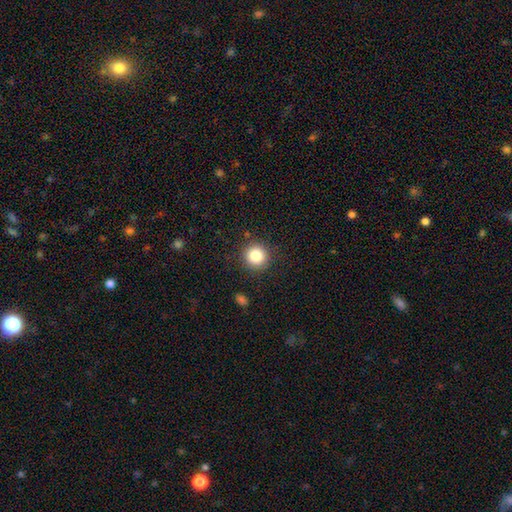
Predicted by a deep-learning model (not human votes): Smooth or featured?
  - smooth: 84% *
  - star or artifact: 10%
  - featured or disk: 6%
How rounded?
  - round: 94% *
  - in between: 5%
  - cigar-shaped: 1%
Merging?
  - none: 89% *
  - minor disturbance: 7%
  - major disturbance: 3%
  - merger: 1%